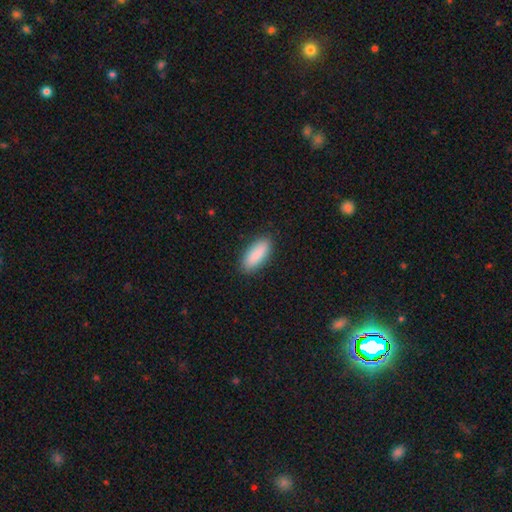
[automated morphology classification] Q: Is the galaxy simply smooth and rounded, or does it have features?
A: smooth — 89%.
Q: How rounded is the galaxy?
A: in between — 75%.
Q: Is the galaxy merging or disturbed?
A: none — 88%.